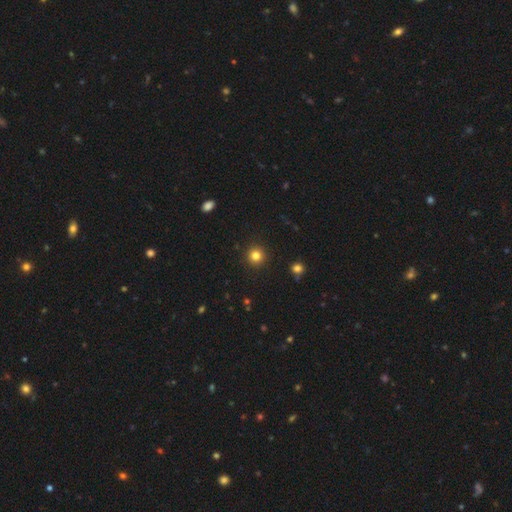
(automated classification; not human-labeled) smooth_or_featured: smooth (p=0.82) [alt: star or artifact p=0.13]
how_rounded: round (p=0.95) [alt: in between p=0.04]
merging: none (p=0.93) [alt: minor disturbance p=0.05]